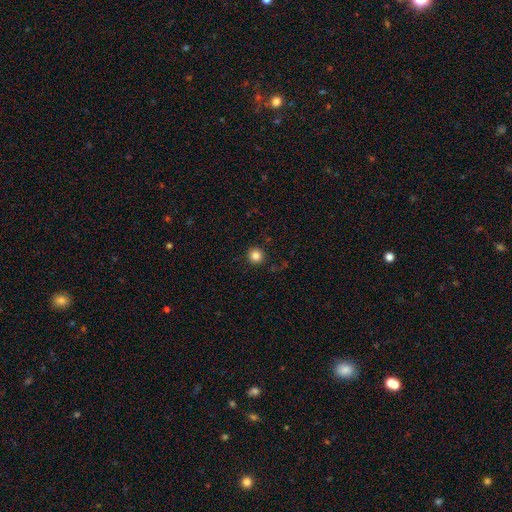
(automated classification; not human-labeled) smooth_or_featured: smooth (p=0.84) [alt: star or artifact p=0.12]
how_rounded: round (p=0.95) [alt: in between p=0.04]
merging: none (p=0.91) [alt: minor disturbance p=0.06]